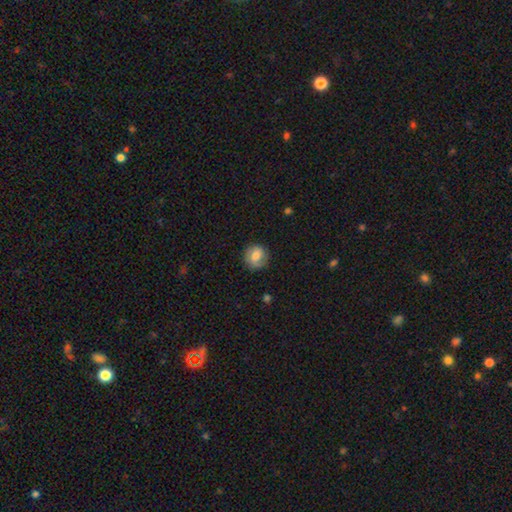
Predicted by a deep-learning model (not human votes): This is likely a smooth galaxy (67%). How rounded: clearly round (86%). Merging: likely none (79%).